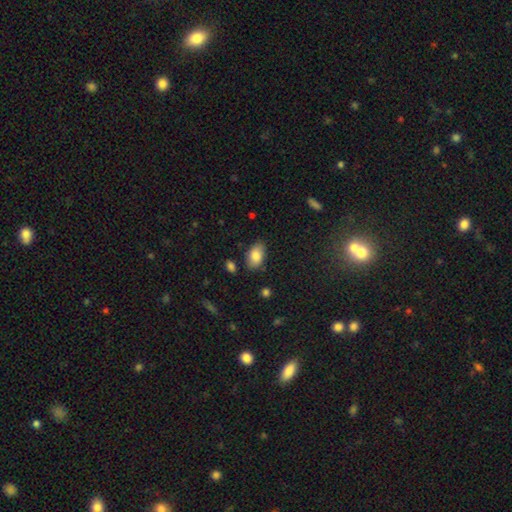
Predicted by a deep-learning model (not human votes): The model was most divided on "merging": none: 79%, minor disturbance: 15%, major disturbance: 3%, merger: 2%. More confident: how rounded — in between (93%); smooth or featured — smooth (84%).